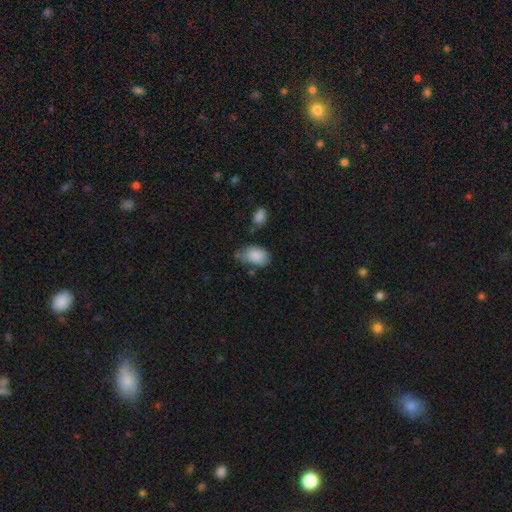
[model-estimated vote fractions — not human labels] smooth 84%, featured or disk 9%, star or artifact 8%. Down the decision tree: how rounded — in between (86%); merging — none (44%).